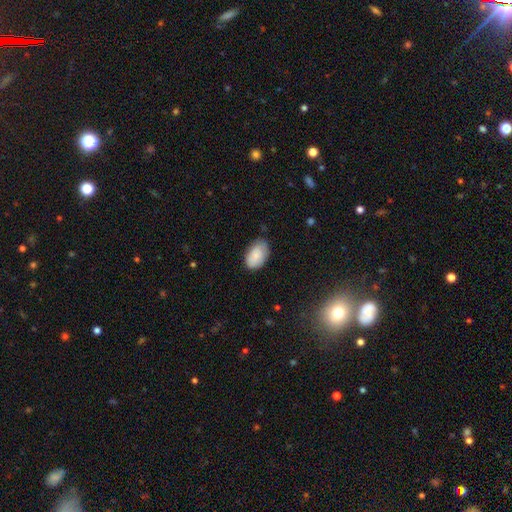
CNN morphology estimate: Smooth or featured? smooth (85%)
How rounded? in between (94%)
Merging? none (74%)